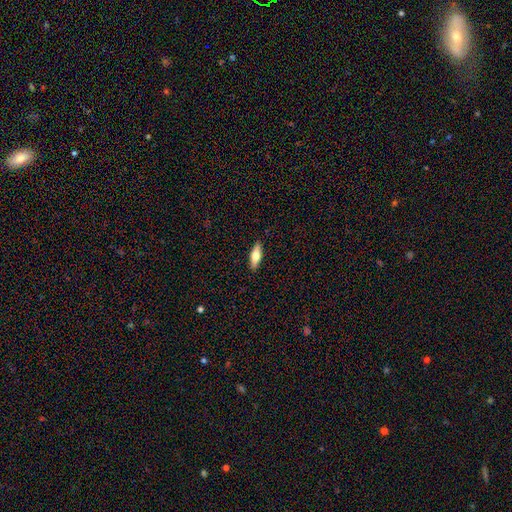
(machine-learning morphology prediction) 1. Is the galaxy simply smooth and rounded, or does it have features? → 64% smooth, 30% featured or disk, 6% star or artifact.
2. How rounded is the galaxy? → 58% in between, 40% cigar-shaped, 2% round.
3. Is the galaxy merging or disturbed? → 89% none, 8% minor disturbance, 2% major disturbance, 1% merger.